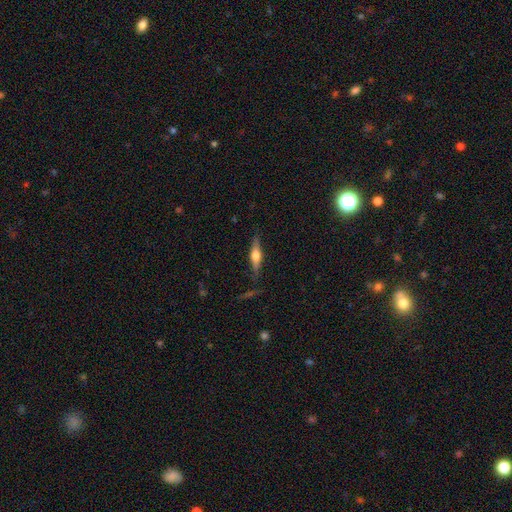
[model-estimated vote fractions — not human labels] Overall: featured or disk (65%; smooth 29%). Edge-on disk: yes (96%). Edge-on bulge: rounded (91%). Merging: none (83%).